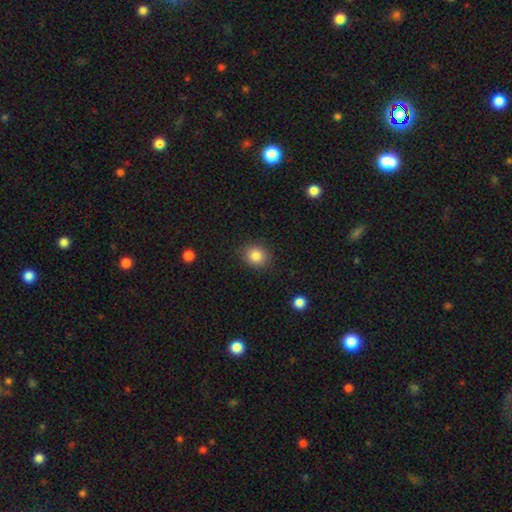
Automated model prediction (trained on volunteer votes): Smooth or featured: smooth — 85% (star or artifact — 10%)
How rounded: round — 71% (in between — 28%)
Merging: none — 87% (minor disturbance — 9%)